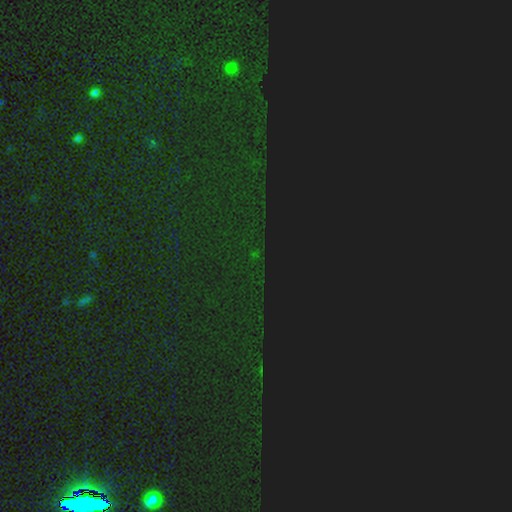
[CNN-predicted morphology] Smooth or featured: star or artifact — 85% (smooth — 9%)